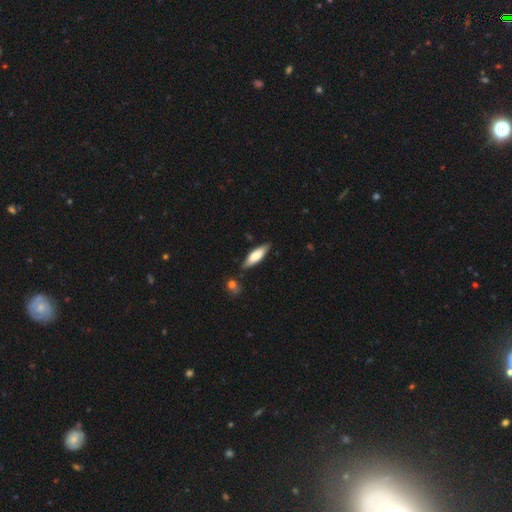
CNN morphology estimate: This appears to be a smooth galaxy with no disk features (75%) that is cigar-shaped (52%). Merging: none (82%).